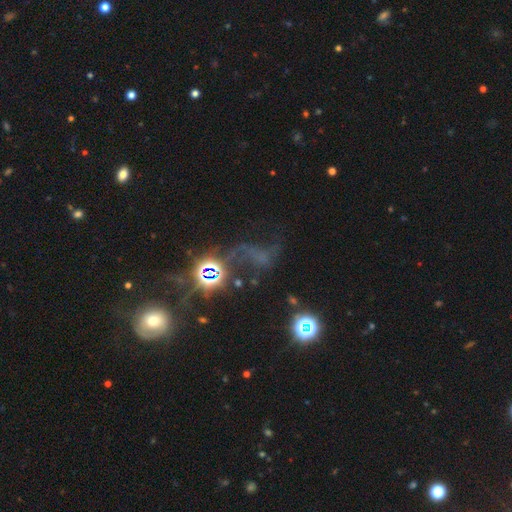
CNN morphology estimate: A star or artifact, not a galaxy (43%).